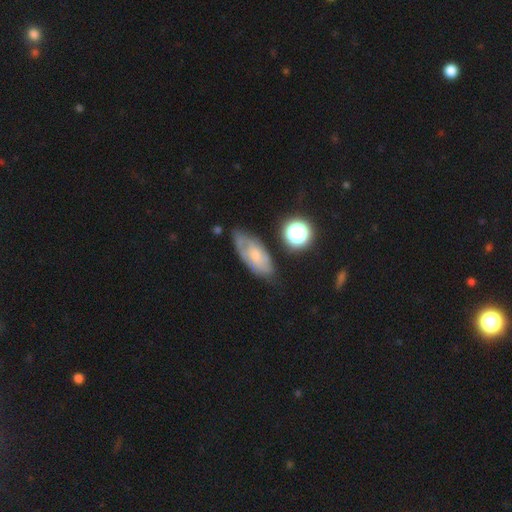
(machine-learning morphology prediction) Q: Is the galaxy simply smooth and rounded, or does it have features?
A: featured or disk — 52%.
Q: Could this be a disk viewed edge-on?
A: no — 89%.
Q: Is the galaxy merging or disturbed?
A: none — 59%.